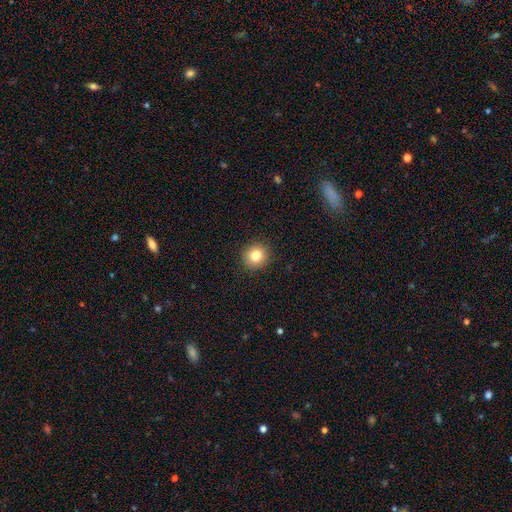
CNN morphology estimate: Q: Smooth or featured?
A: smooth (81%); runner-up: star or artifact (11%)
Q: How rounded?
A: round (90%); runner-up: in between (9%)
Q: Merging?
A: none (92%); runner-up: minor disturbance (5%)